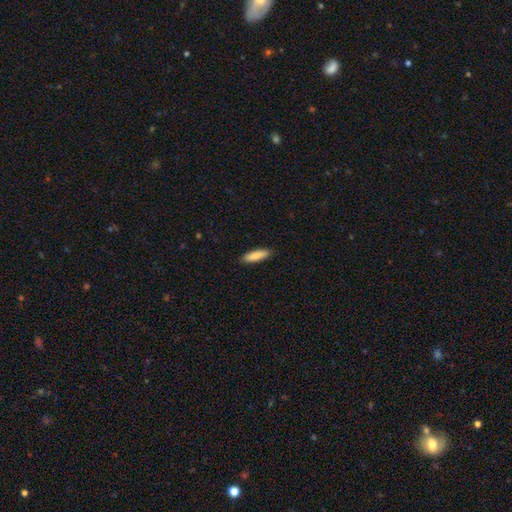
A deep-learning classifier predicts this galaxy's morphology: A smooth galaxy with no disk features (85%) that is cigar-shaped (66%).

Vote fractions:
- Smooth or featured? smooth: 85% / featured or disk: 9% / star or artifact: 6%
- How rounded? cigar-shaped: 66% / in between: 33% / round: 1%
- Merging? none: 90% / minor disturbance: 8% / major disturbance: 2% / merger: 1%